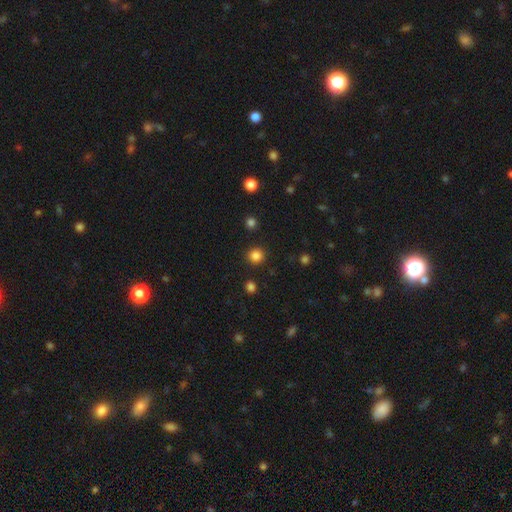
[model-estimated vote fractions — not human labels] Smooth or featured? Predicted: smooth (p=0.84). How rounded? Predicted: round (p=0.93). Merging? Predicted: none (p=0.91).